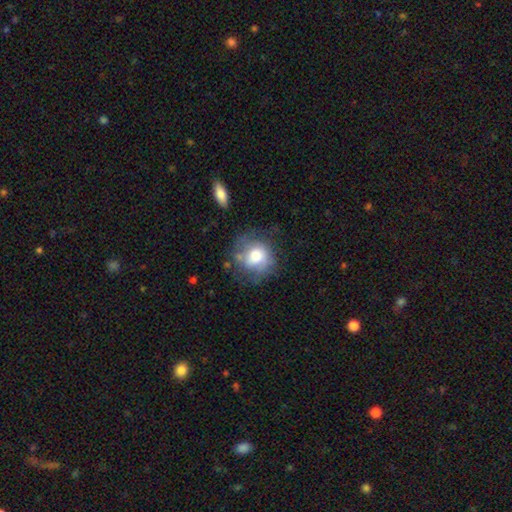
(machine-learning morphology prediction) A smooth galaxy with no disk features (65%) that is round (79%).

Vote fractions:
- Smooth or featured? smooth: 65% / featured or disk: 26% / star or artifact: 9%
- How rounded? round: 79% / in between: 19% / cigar-shaped: 1%
- Merging? none: 57% / minor disturbance: 25% / major disturbance: 14% / merger: 4%